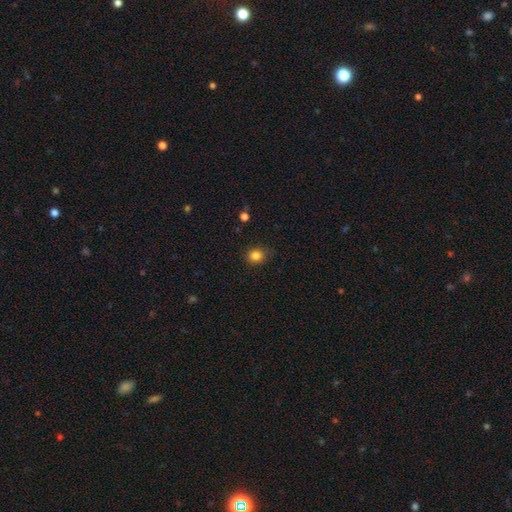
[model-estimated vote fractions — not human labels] Morphology: type=smooth (84%); roundness=round (70%); merging=none (82%).